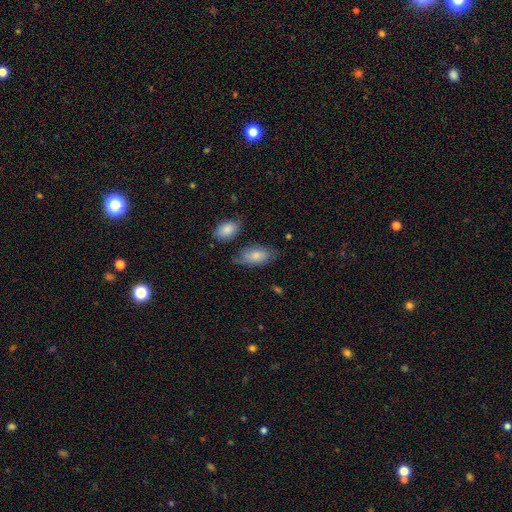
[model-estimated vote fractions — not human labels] A smooth galaxy with no disk features (73%) that is in between round and cigar-shaped (92%).

Vote fractions:
- Smooth or featured? smooth: 73% / featured or disk: 21% / star or artifact: 6%
- How rounded? in between: 92% / cigar-shaped: 4% / round: 4%
- Merging? none: 53% / minor disturbance: 31% / major disturbance: 10% / merger: 6%